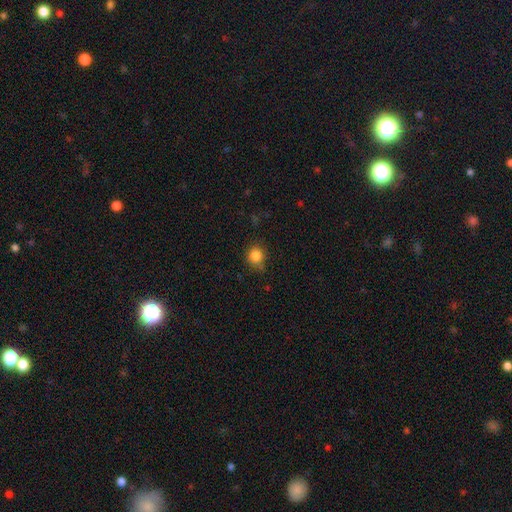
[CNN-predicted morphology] Smooth or featured: smooth — 84% (star or artifact — 11%)
How rounded: round — 86% (in between — 13%)
Merging: none — 75% (minor disturbance — 19%)